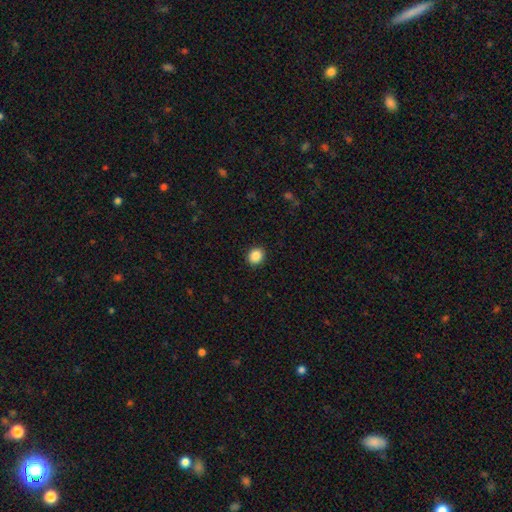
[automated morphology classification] smooth_or_featured: smooth (p=0.87) [alt: star or artifact p=0.09]
how_rounded: round (p=0.69) [alt: in between p=0.30]
merging: none (p=0.92) [alt: minor disturbance p=0.06]